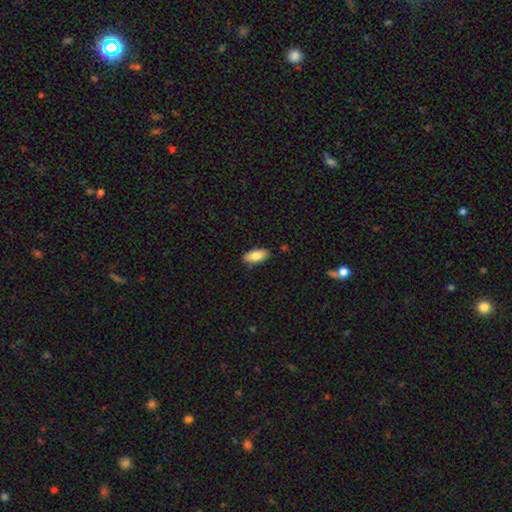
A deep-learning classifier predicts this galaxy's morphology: Q: Smooth or featured?
A: smooth (83%); runner-up: featured or disk (11%)
Q: How rounded?
A: in between (89%); runner-up: cigar-shaped (9%)
Q: Merging?
A: none (86%); runner-up: minor disturbance (11%)